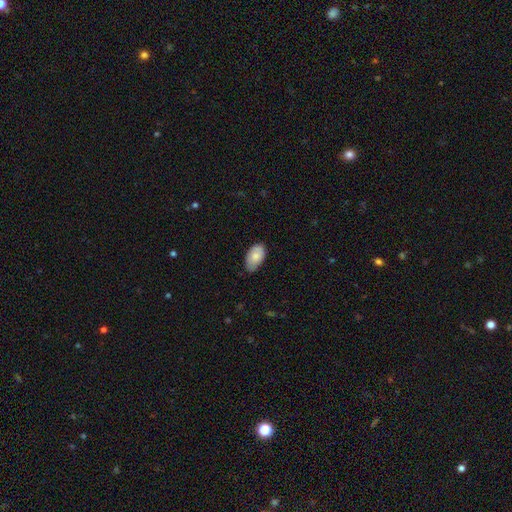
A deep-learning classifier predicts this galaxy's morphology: This is likely a smooth galaxy (79%). How rounded: clearly in between (94%). Merging: likely none (67%).